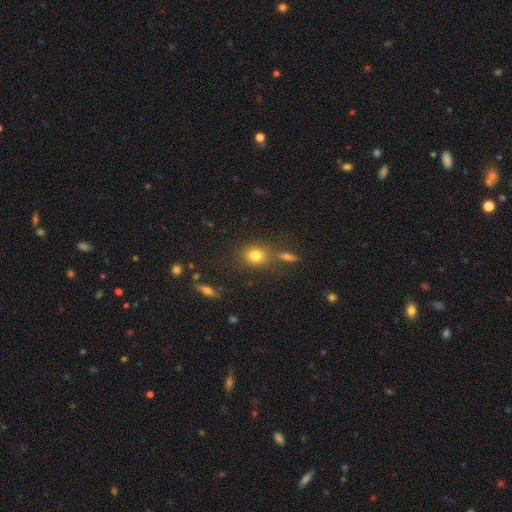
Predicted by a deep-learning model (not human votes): A smooth galaxy with no disk features (78%) that is round (60%).

Vote fractions:
- Smooth or featured? smooth: 78% / star or artifact: 13% / featured or disk: 10%
- How rounded? round: 60% / in between: 38% / cigar-shaped: 2%
- Merging? none: 68% / merger: 16% / minor disturbance: 12% / major disturbance: 5%